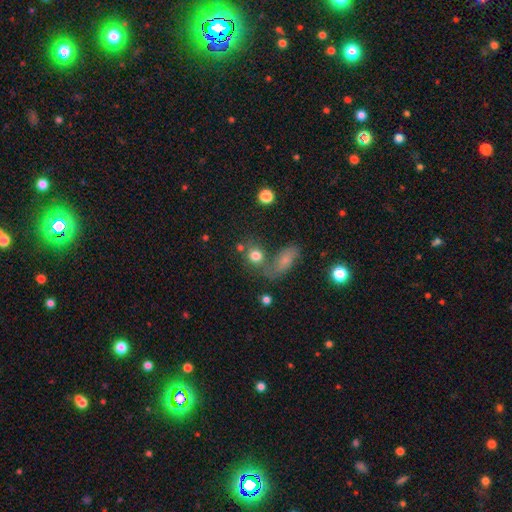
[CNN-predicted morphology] smooth 78%, star or artifact 12%, featured or disk 10%. Down the decision tree: how rounded — round (71%); merging — none (51%).